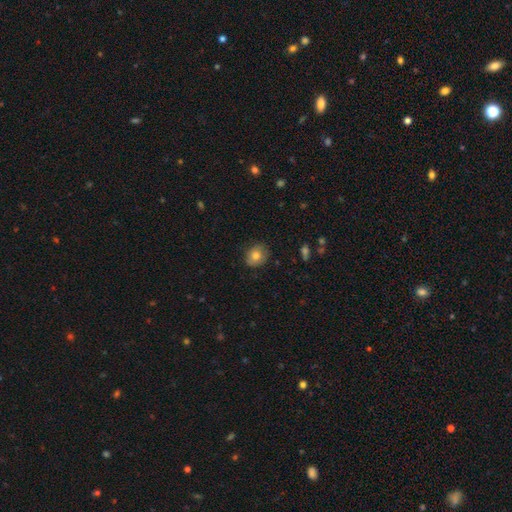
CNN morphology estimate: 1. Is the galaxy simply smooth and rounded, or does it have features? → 76% smooth, 15% featured or disk, 9% star or artifact.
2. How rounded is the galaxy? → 61% round, 38% in between, 1% cigar-shaped.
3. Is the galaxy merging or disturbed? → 79% none, 17% minor disturbance, 3% major disturbance, 1% merger.